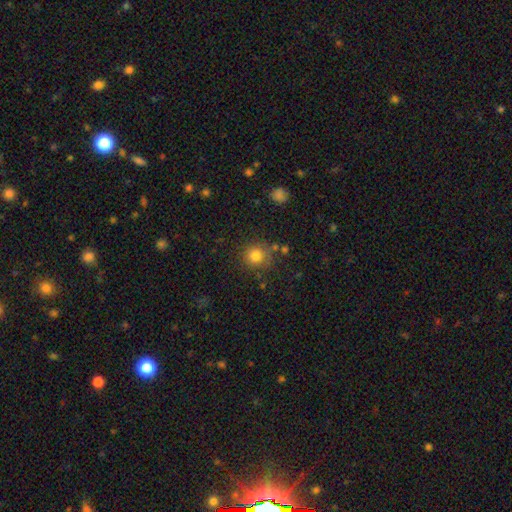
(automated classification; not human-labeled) Smooth or featured: smooth — 81% (star or artifact — 12%)
How rounded: round — 90% (in between — 9%)
Merging: none — 77% (minor disturbance — 13%)